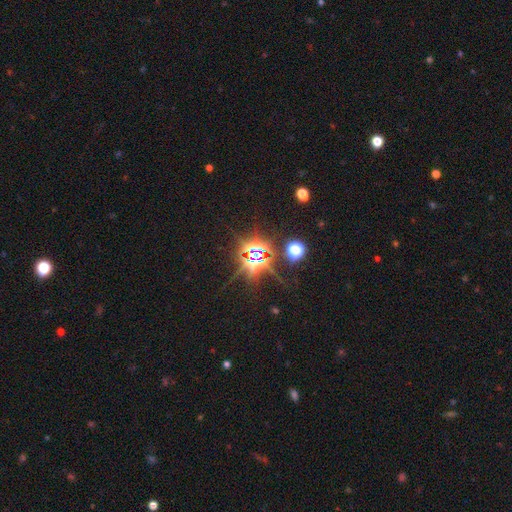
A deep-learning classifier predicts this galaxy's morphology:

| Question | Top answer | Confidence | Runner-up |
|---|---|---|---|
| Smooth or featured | star or artifact | 81% | featured or disk (10%) |